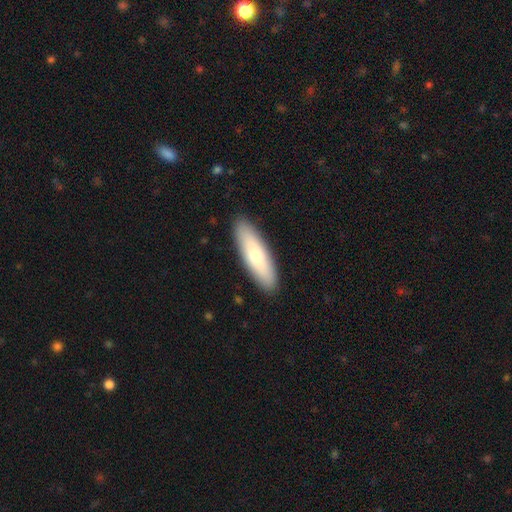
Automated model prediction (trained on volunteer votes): smooth_or_featured: smooth (p=0.73) [alt: featured or disk p=0.22]
how_rounded: cigar-shaped (p=0.56) [alt: in between p=0.42]
merging: none (p=0.90) [alt: minor disturbance p=0.08]